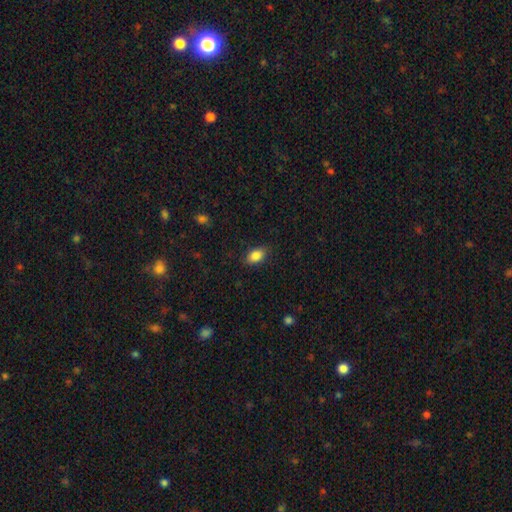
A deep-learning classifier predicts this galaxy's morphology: smooth 86%, star or artifact 8%, featured or disk 6%. Down the decision tree: how rounded — in between (88%); merging — none (84%).